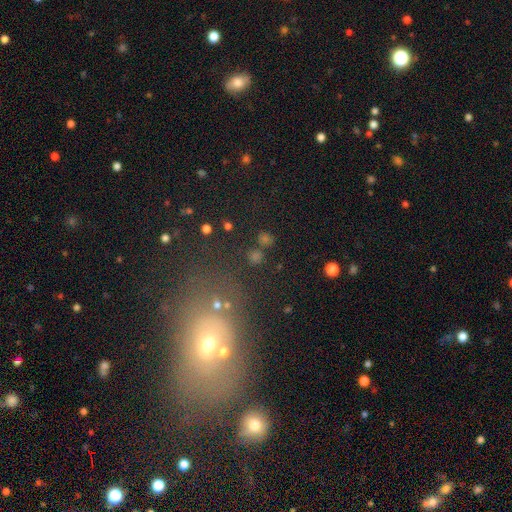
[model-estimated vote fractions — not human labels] Smooth or featured?
  - smooth: 50% *
  - star or artifact: 34%
  - featured or disk: 16%
How rounded?
  - round: 58% *
  - in between: 39%
  - cigar-shaped: 4%
Merging?
  - none: 65% *
  - merger: 15%
  - minor disturbance: 12%
  - major disturbance: 8%